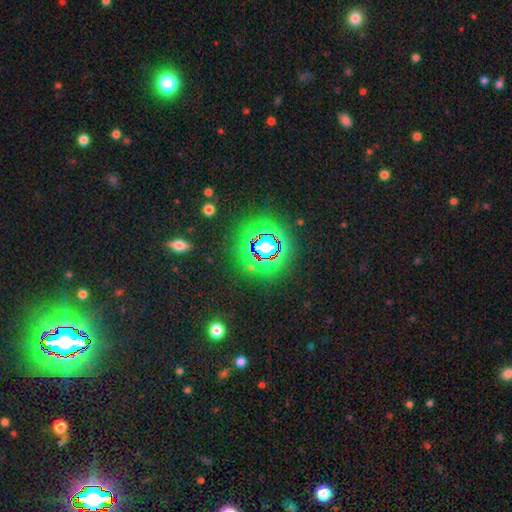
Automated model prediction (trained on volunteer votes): This appears to be a star or artifact, not a galaxy (82%).